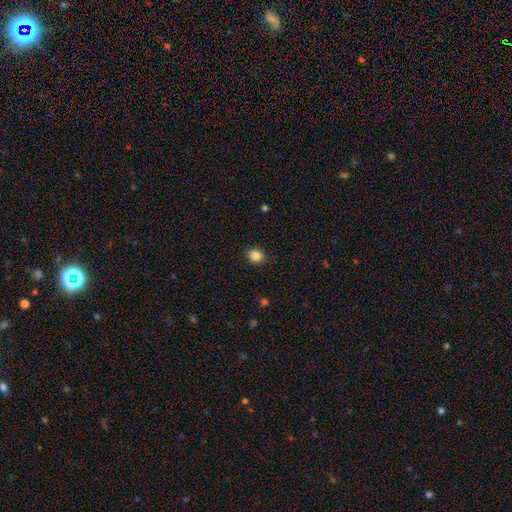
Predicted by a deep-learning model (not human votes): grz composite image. It shows a smooth galaxy with no disk features (85%) that is round (75%). Merging: none (90%).